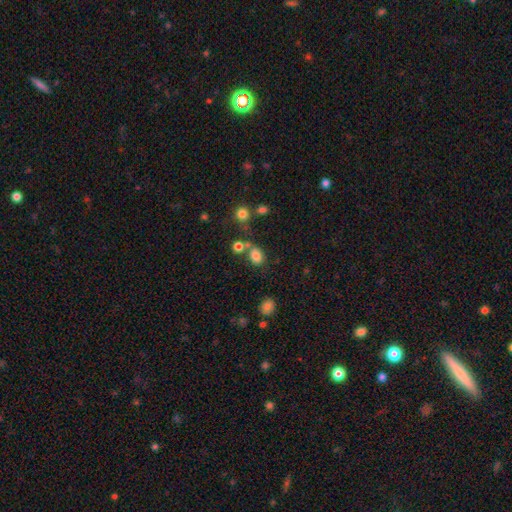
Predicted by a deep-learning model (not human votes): This is likely a smooth galaxy (80%). How rounded: likely in between (66%). Merging: likely none (62%).